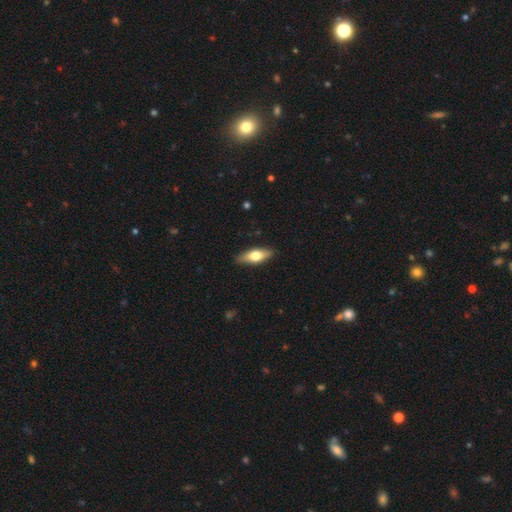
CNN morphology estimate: A smooth galaxy with no disk features (60%) that is in between round and cigar-shaped (63%). Merging: none (87%).